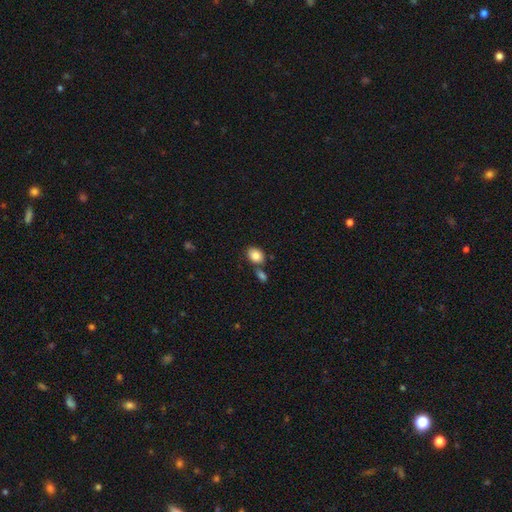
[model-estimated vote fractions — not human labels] smooth_or_featured: smooth (p=0.83) [alt: featured or disk p=0.08]
how_rounded: in between (p=0.67) [alt: round p=0.32]
merging: none (p=0.64) [alt: merger p=0.20]